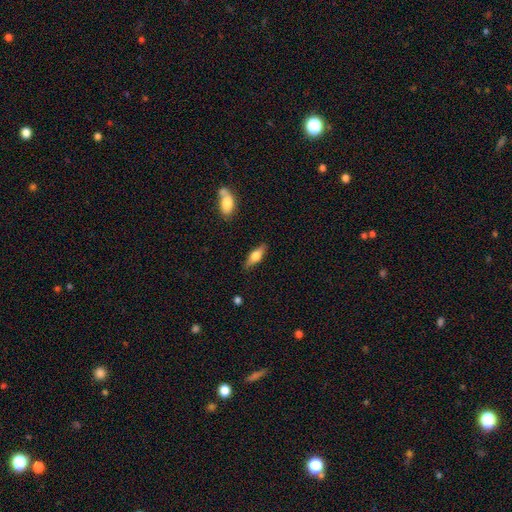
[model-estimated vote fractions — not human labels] This appears to be a smooth galaxy with no disk features (53%) that is in between round and cigar-shaped (53%). Merging: none (85%).